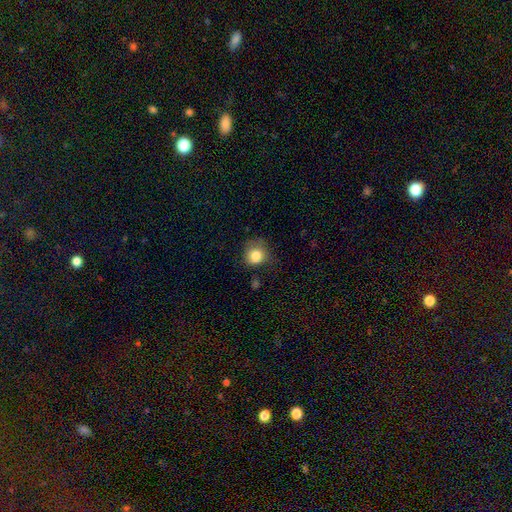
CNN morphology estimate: type=smooth (81%); roundness=round (79%); merging=none (54%).